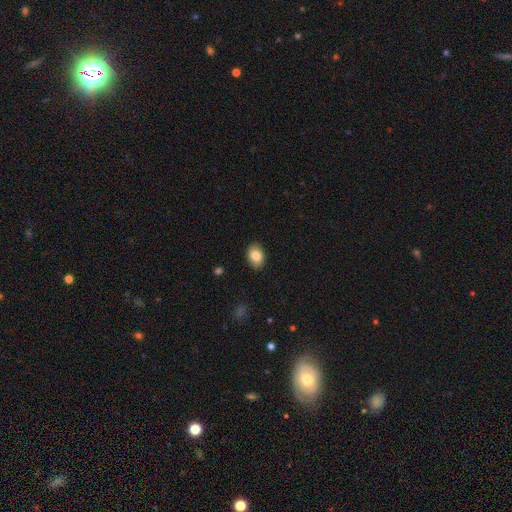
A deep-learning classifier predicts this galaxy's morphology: A smooth galaxy with no disk features (84%) that is in between round and cigar-shaped (75%).

Vote fractions:
- Smooth or featured? smooth: 84% / featured or disk: 8% / star or artifact: 8%
- How rounded? in between: 75% / round: 24% / cigar-shaped: 1%
- Merging? none: 88% / minor disturbance: 9% / major disturbance: 2% / merger: 1%